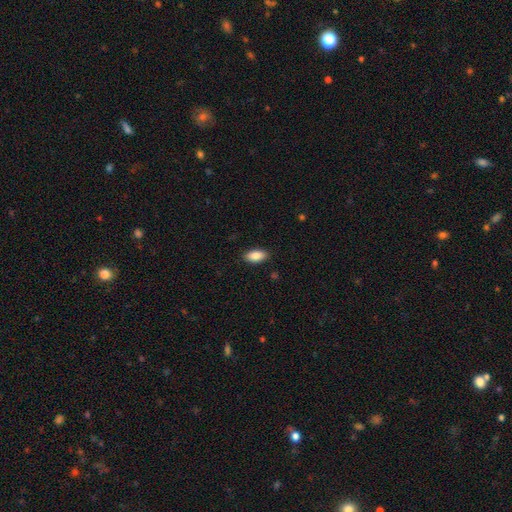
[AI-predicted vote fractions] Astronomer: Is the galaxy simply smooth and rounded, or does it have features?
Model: smooth — 88%.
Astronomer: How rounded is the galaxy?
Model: in between — 92%.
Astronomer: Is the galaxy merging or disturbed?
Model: none — 88%.